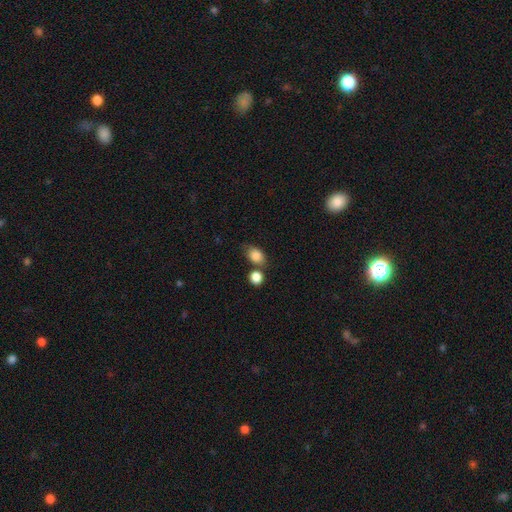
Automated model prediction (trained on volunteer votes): Smooth or featured?
  - smooth: 85% *
  - star or artifact: 9%
  - featured or disk: 6%
How rounded?
  - in between: 67% *
  - round: 31%
  - cigar-shaped: 2%
Merging?
  - none: 60% *
  - merger: 21%
  - minor disturbance: 15%
  - major disturbance: 4%